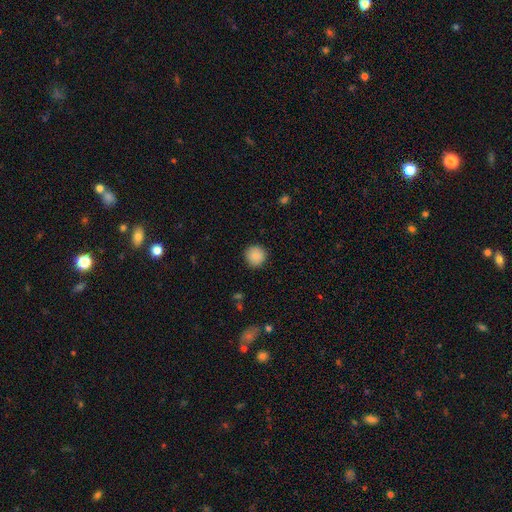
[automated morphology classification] Overall: smooth (88%). How rounded: round (94%). Merging: none (90%).